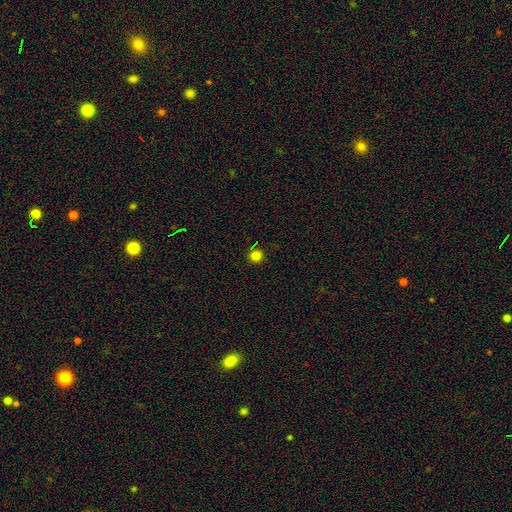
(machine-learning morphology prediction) This appears to be a smooth galaxy with no disk features (81%) that is round (95%). Merging: none (90%).